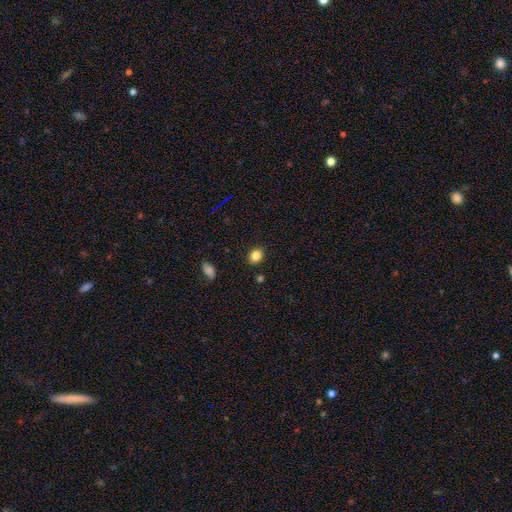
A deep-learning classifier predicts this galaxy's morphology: The model was most divided on "how rounded": round: 65%, in between: 34%, cigar-shaped: 1%. More confident: merging — none (88%); smooth or featured — smooth (83%).